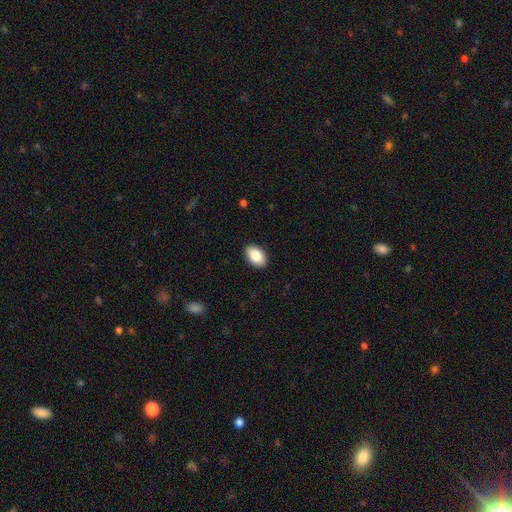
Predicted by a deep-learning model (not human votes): The model was most divided on "smooth or featured": smooth: 87%, star or artifact: 6%, featured or disk: 6%. More confident: how rounded — in between (93%); merging — none (90%).